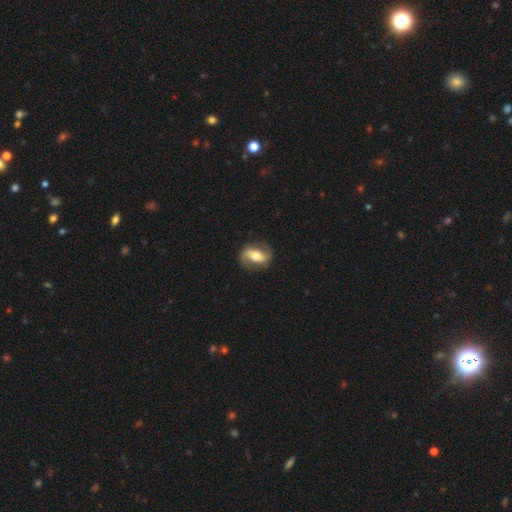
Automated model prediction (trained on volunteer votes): This is likely a featured or disk galaxy (66%). It is clearly not viewed edge-on (93%). Bar: possibly strong (48%). Spiral arm pattern: clearly yes (80%). Central bulge: likely moderate (64%). Merging: clearly none (80%).